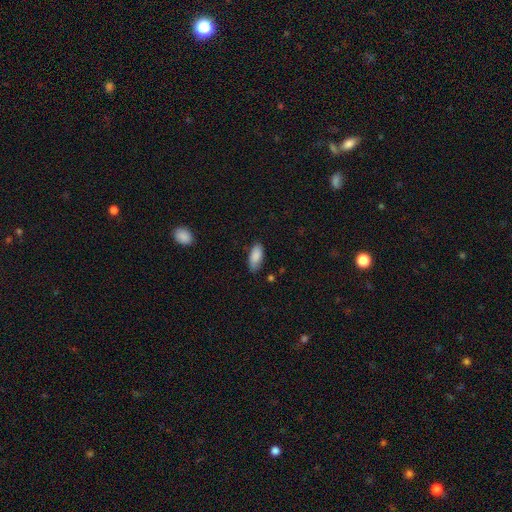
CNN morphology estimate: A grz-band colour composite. It shows a smooth galaxy with no disk features (87%) that is in between round and cigar-shaped (89%). Merging: none (77%).